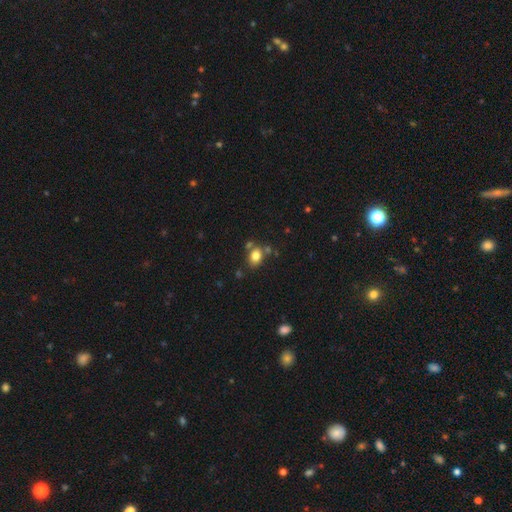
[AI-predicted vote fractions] smooth 81%, star or artifact 11%, featured or disk 8%. Down the decision tree: how rounded — in between (62%); merging — none (66%).